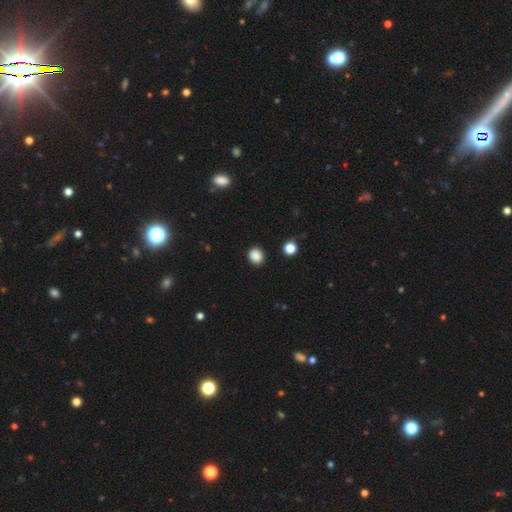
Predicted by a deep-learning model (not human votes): smooth-or-featured: smooth: 87% | star or artifact: 10% | featured or disk: 3%
  how-rounded: round: 73% | in between: 26% | cigar-shaped: 1%
  merging: none: 89% | minor disturbance: 7% | major disturbance: 2% | merger: 1%